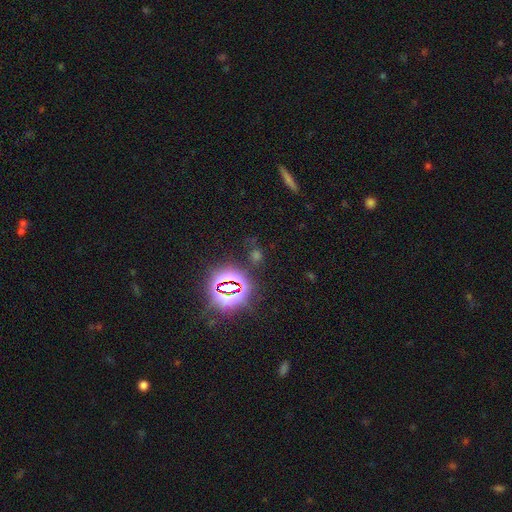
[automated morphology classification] type=star or artifact (66%).